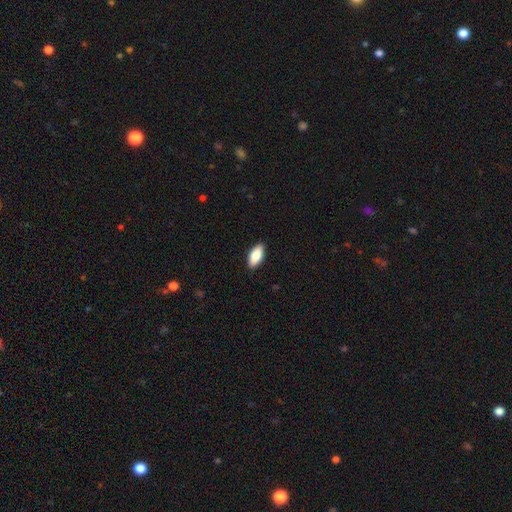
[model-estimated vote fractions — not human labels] This is clearly a smooth galaxy (84%). How rounded: clearly in between (89%). Merging: clearly none (90%).